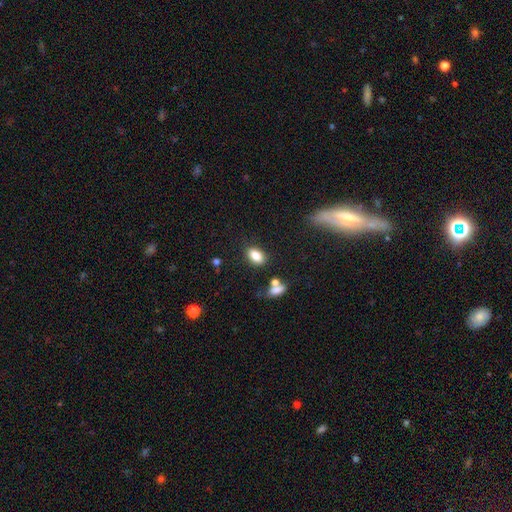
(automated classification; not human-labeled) Overall: smooth (83%). How rounded: in between (85%). Merging: none (79%).